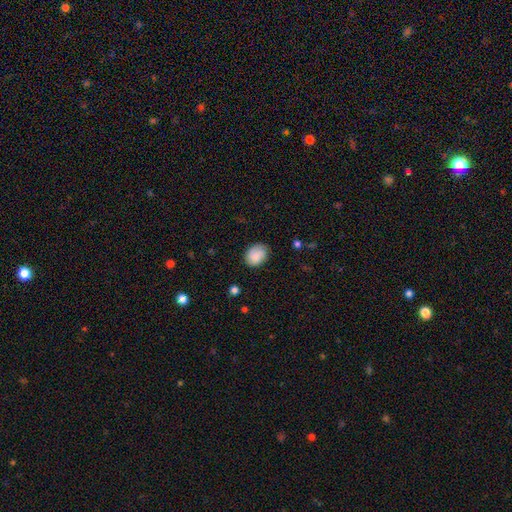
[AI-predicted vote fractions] Smooth or featured? smooth (78%)
How rounded? in between (56%)
Merging? none (74%)